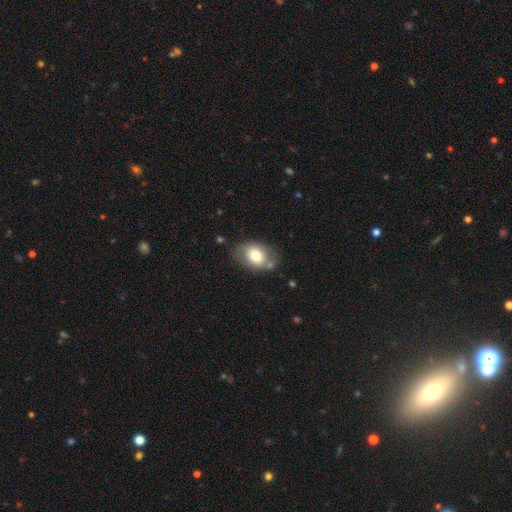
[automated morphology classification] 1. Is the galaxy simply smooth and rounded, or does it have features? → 73% smooth, 19% featured or disk, 8% star or artifact.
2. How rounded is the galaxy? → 80% in between, 19% round, 1% cigar-shaped.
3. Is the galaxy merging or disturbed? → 66% none, 19% minor disturbance, 8% merger, 6% major disturbance.